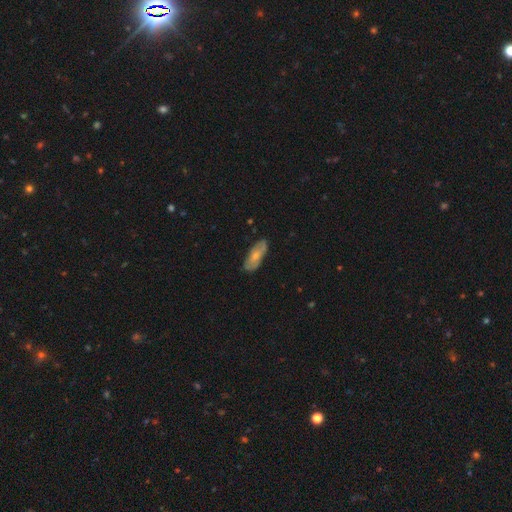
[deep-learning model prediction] smooth-or-featured: smooth: 53% | featured or disk: 41% | star or artifact: 6%
  how-rounded: in between: 73% | cigar-shaped: 25% | round: 2%
  merging: none: 75% | minor disturbance: 19% | major disturbance: 4% | merger: 1%